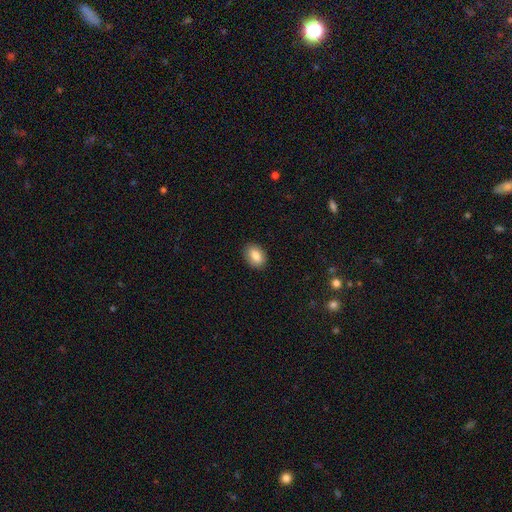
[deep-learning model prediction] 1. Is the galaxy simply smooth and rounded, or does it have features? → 85% smooth, 7% star or artifact, 7% featured or disk.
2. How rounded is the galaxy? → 82% in between, 17% round, 1% cigar-shaped.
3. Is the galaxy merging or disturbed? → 88% none, 9% minor disturbance, 2% major disturbance, 1% merger.